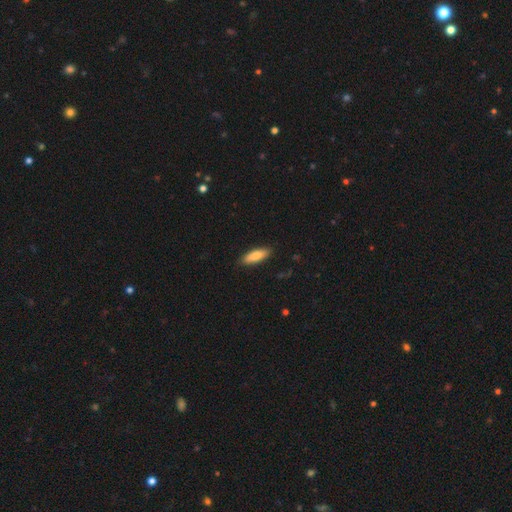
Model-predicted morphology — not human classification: This is clearly a smooth galaxy (82%). How rounded: possibly in between (54%). Merging: clearly none (87%).